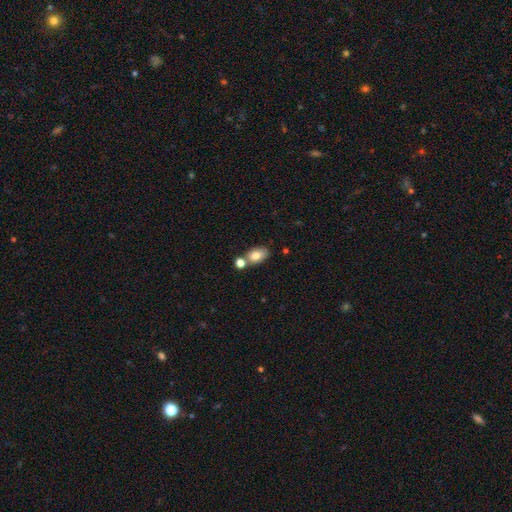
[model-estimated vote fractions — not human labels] This is likely a smooth galaxy (79%). How rounded: clearly in between (87%). Merging: possibly none (60%).